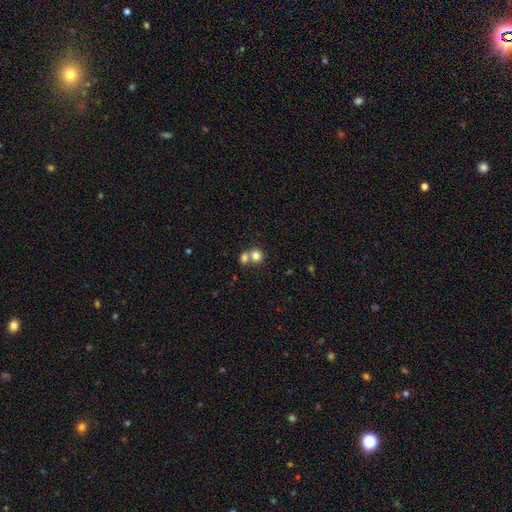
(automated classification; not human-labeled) A smooth galaxy with no disk features (80%) that is round (80%).

Vote fractions:
- Smooth or featured? smooth: 80% / star or artifact: 11% / featured or disk: 10%
- How rounded? round: 80% / in between: 19% / cigar-shaped: 1%
- Merging? merger: 52% / none: 39% / minor disturbance: 6% / major disturbance: 3%